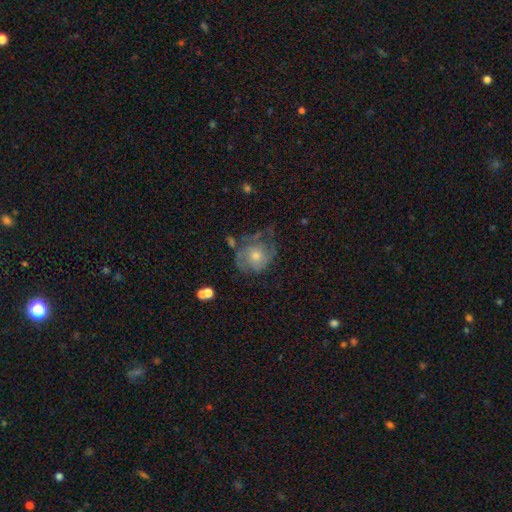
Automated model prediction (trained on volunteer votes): Smooth or featured? Predicted: featured or disk (p=0.63). Edge-on disk? Predicted: no (p=0.97). Bar? Predicted: no (p=0.84). Spiral arms? Predicted: yes (p=0.77). Bulge size? Predicted: moderate (p=0.53). Merging? Predicted: none (p=0.50).